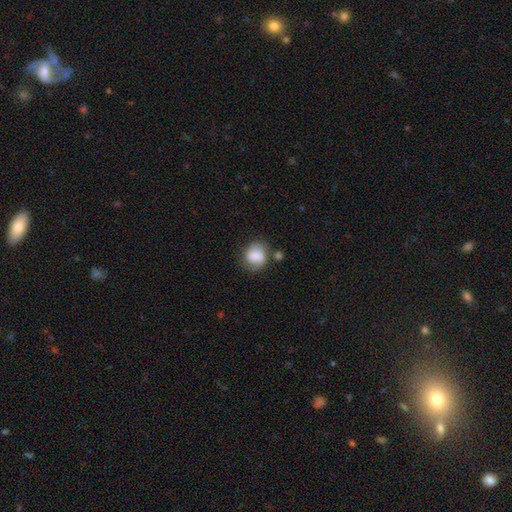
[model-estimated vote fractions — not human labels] Smooth or featured? smooth (73%)
How rounded? round (65%)
Merging? none (59%)